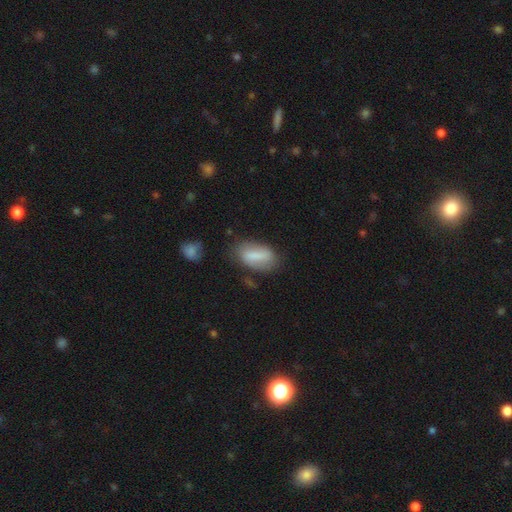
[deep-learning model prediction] A smooth galaxy with no disk features (70%) that is in between round and cigar-shaped (85%). Merging: none (67%).